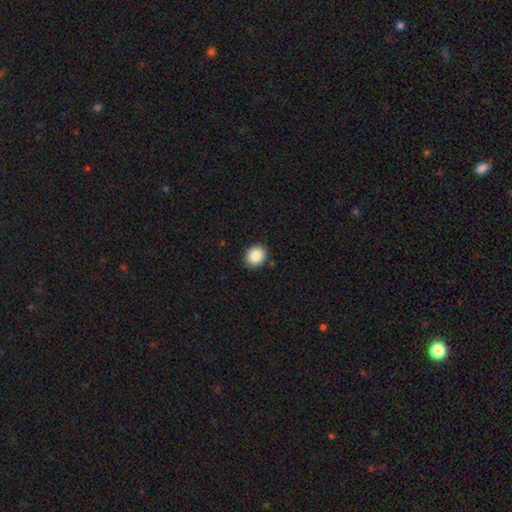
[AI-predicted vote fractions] smooth 87%, star or artifact 9%, featured or disk 5%. Down the decision tree: how rounded — round (69%); merging — none (89%).